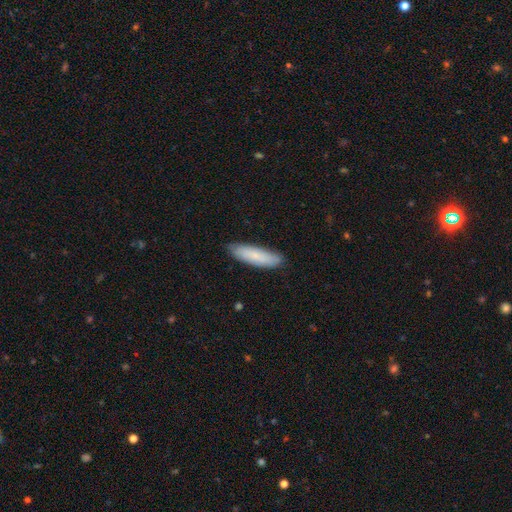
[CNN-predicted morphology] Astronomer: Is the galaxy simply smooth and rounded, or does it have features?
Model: smooth — 77%.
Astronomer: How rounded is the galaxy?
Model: cigar-shaped — 63%.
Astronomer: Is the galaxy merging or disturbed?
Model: none — 86%.